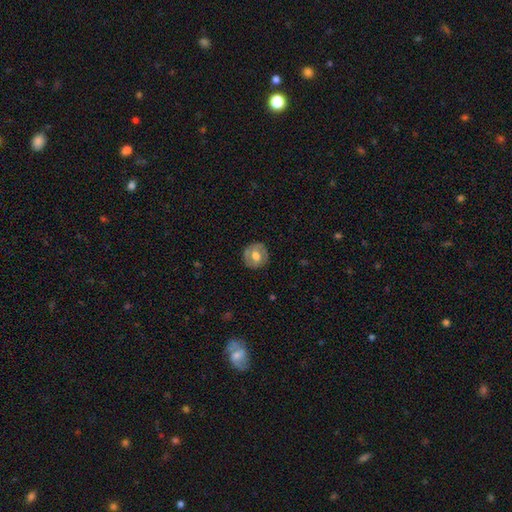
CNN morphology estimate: smooth 53%, featured or disk 40%, star or artifact 7%. Down the decision tree: how rounded — round (88%); merging — none (84%).